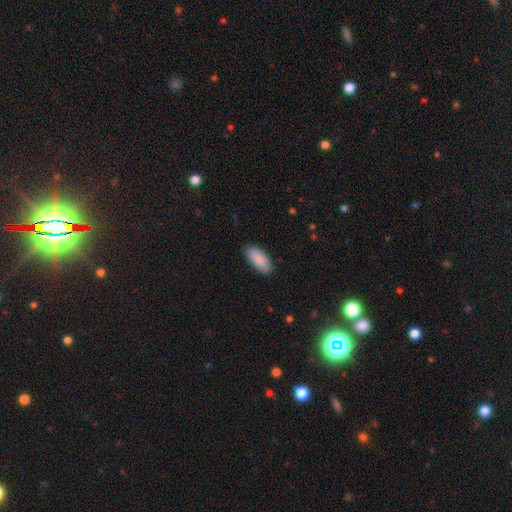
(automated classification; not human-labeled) This is clearly a smooth galaxy (88%). How rounded: clearly in between (84%). Merging: clearly none (88%).